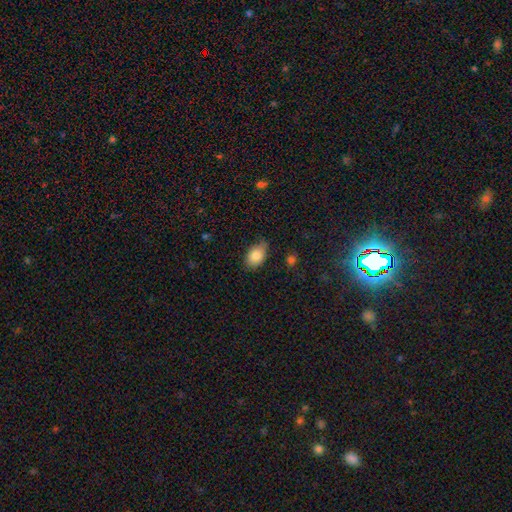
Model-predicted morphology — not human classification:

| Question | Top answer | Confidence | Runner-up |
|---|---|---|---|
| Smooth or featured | smooth | 85% | featured or disk (8%) |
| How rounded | in between | 89% | round (9%) |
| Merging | none | 68% | minor disturbance (26%) |